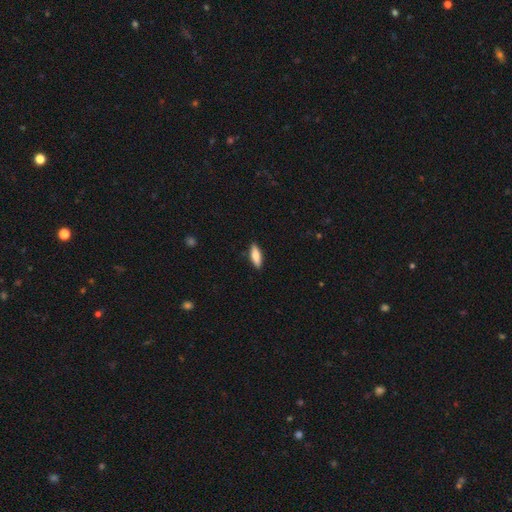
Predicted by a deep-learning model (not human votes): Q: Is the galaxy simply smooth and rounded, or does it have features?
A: smooth — 79%.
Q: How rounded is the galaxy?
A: in between — 52%.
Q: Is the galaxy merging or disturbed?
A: none — 88%.